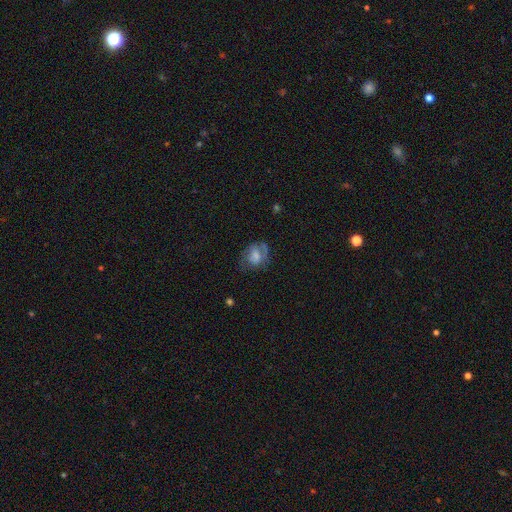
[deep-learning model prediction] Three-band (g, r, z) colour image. It shows a smooth galaxy with no disk features (47%). Merging: none (49%).